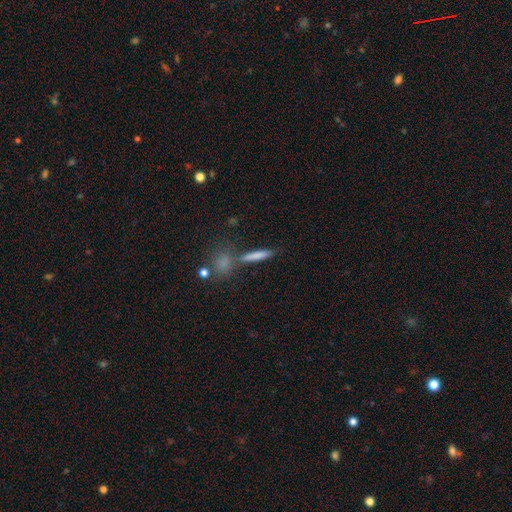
smooth_or_featured: smooth (p=0.67) [alt: featured or disk p=0.23]
how_rounded: cigar-shaped (p=0.88) [alt: round p=0.08]
merging: none (p=0.74) [alt: merger p=0.11]